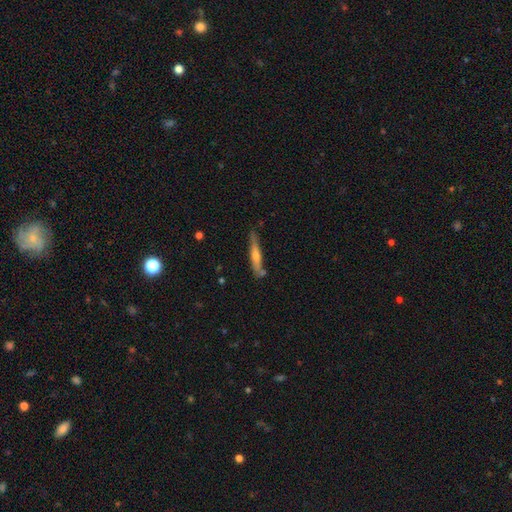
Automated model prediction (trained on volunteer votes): Smooth or featured? featured or disk (57%)
Edge-on disk? yes (93%)
Edge-on bulge? rounded (76%)
Merging? none (75%)